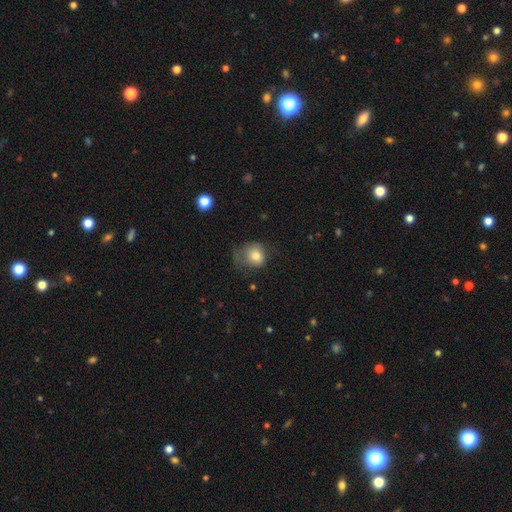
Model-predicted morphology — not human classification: Smooth or featured?
  - smooth: 78% *
  - featured or disk: 12%
  - star or artifact: 9%
How rounded?
  - round: 68% *
  - in between: 31%
  - cigar-shaped: 1%
Merging?
  - none: 36% *
  - minor disturbance: 32%
  - major disturbance: 30%
  - merger: 2%